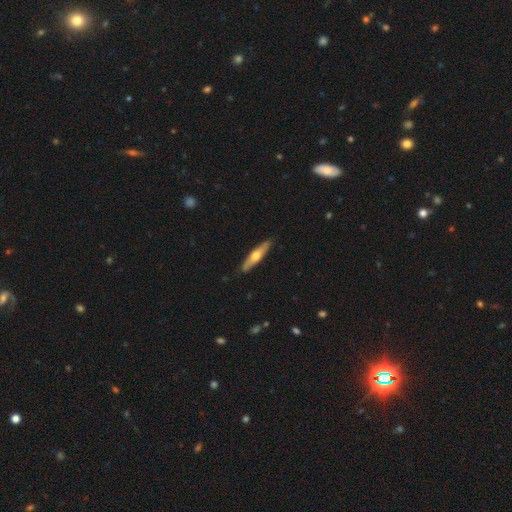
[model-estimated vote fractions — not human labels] This is possibly a featured or disk galaxy (50%). It is clearly viewed edge-on (90%). Merging: clearly none (89%).